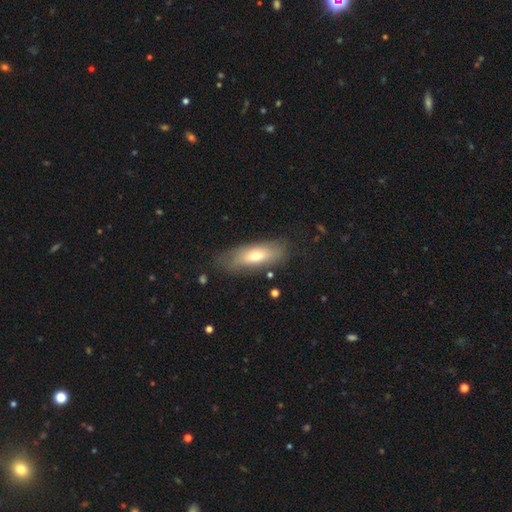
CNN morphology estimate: smooth_or_featured: smooth (p=0.62) [alt: featured or disk p=0.31]
how_rounded: in between (p=0.69) [alt: cigar-shaped p=0.28]
merging: none (p=0.73) [alt: minor disturbance p=0.19]